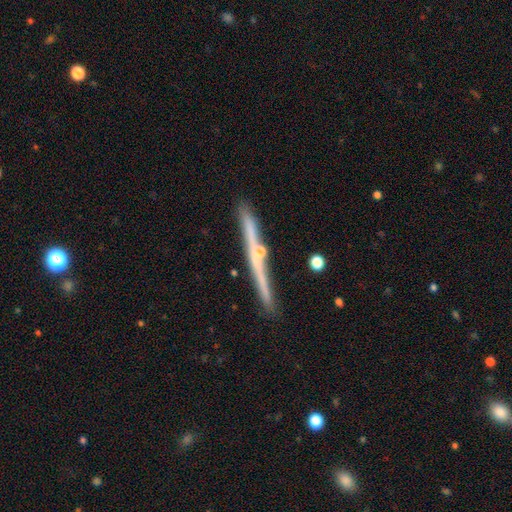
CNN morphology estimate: smooth_or_featured: featured or disk (p=0.74) [alt: smooth p=0.20]
disk_edge_on: yes (p=0.97) [alt: no p=0.03]
edge_on_bulge: rounded (p=0.64) [alt: none p=0.32]
merging: none (p=0.83) [alt: minor disturbance p=0.11]